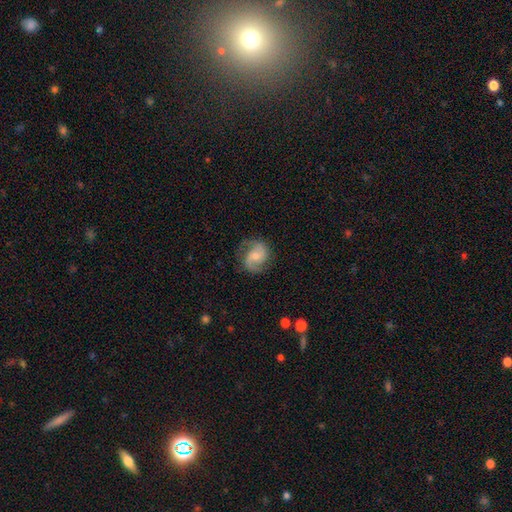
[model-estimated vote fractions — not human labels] smooth_or_featured: featured or disk (p=0.78) [alt: smooth p=0.15]
disk_edge_on: no (p=0.98) [alt: yes p=0.02]
bar: no (p=0.52) [alt: weak p=0.40]
has_spiral_arms: yes (p=0.96) [alt: no p=0.04]
spiral_winding: medium (p=0.52) [alt: loose p=0.27]
spiral_arm_count: 2 (p=0.90) [alt: can't tell p=0.04]
bulge_size: moderate (p=0.47) [alt: small p=0.43]
merging: none (p=0.78) [alt: minor disturbance p=0.15]